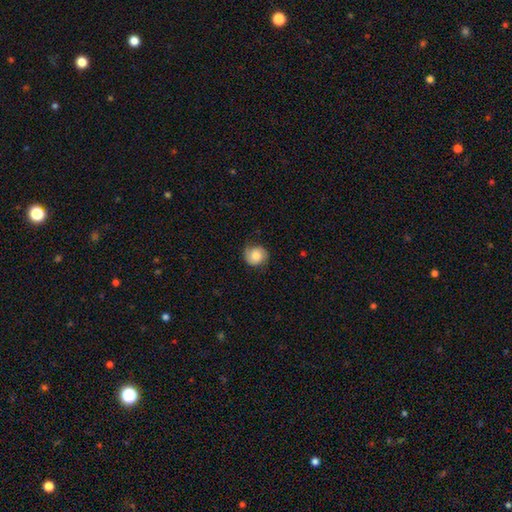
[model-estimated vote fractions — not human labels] Smooth or featured? Predicted: featured or disk (p=0.52). Edge-on disk? Predicted: no (p=0.98). Bar? Predicted: no (p=0.67). Spiral arms? Predicted: yes (p=0.91). Bulge size? Predicted: moderate (p=0.50). Merging? Predicted: none (p=0.78).